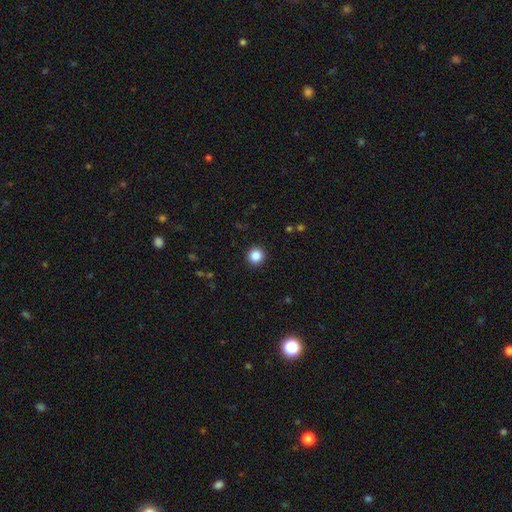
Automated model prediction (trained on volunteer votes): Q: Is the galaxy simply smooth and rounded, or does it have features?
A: smooth — 85%.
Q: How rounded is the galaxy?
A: round — 95%.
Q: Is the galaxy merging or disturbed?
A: none — 93%.